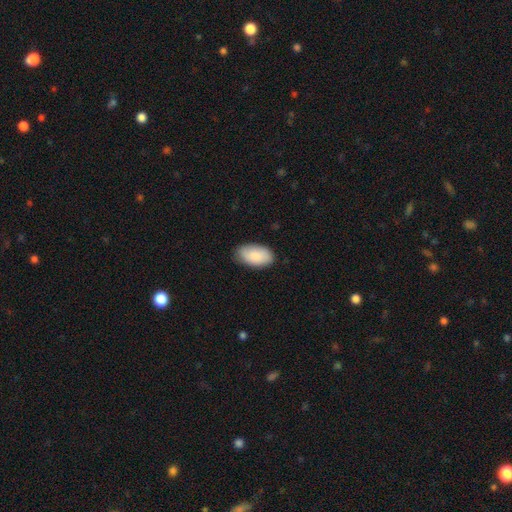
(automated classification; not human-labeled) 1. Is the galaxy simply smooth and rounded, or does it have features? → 89% smooth, 6% star or artifact, 6% featured or disk.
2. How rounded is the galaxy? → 95% in between, 3% round, 2% cigar-shaped.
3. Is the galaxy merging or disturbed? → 82% none, 14% minor disturbance, 3% major disturbance, 1% merger.